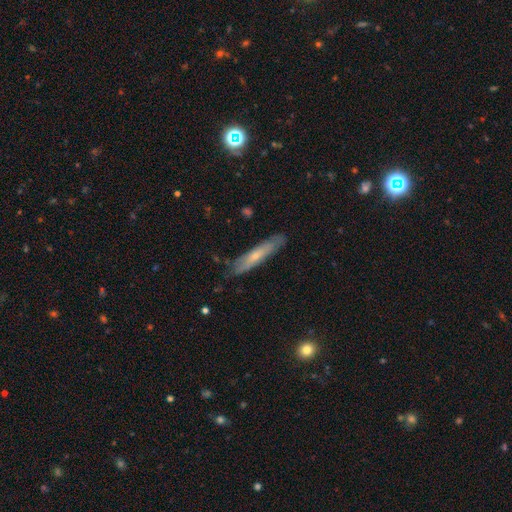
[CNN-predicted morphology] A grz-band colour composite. It shows a smooth galaxy with no disk features (50%). Merging: none (80%).